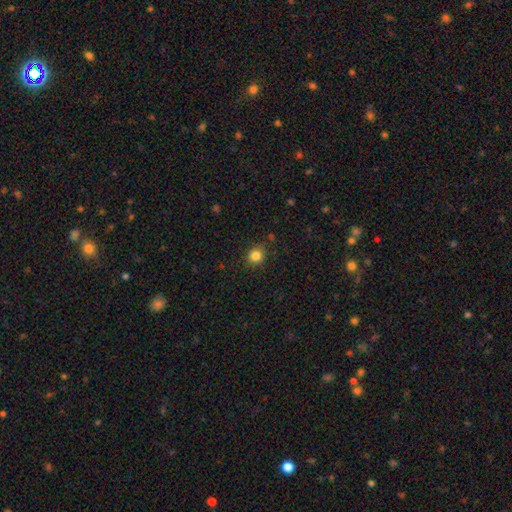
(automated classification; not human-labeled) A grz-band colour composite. It shows a smooth galaxy with no disk features (84%) that is round (87%). Merging: none (86%).